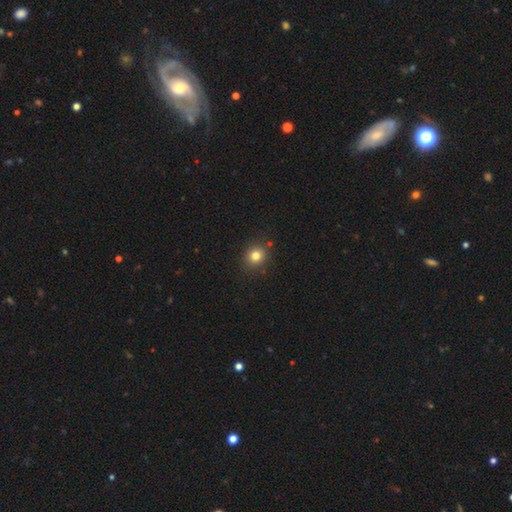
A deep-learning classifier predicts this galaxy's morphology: Smooth or featured? smooth (80%)
How rounded? round (83%)
Merging? none (86%)